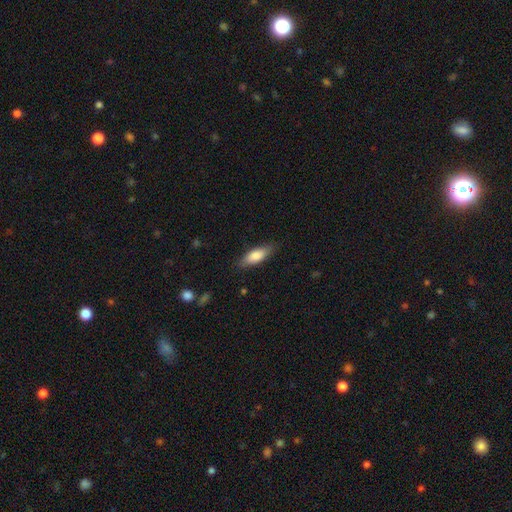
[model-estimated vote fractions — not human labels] Morphology: type=smooth (78%); roundness=in between (64%); merging=none (81%).